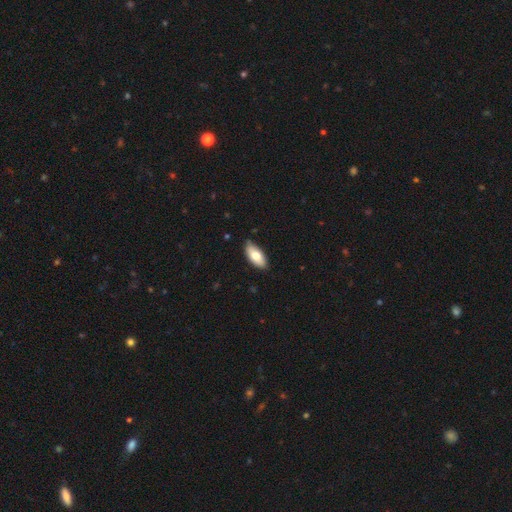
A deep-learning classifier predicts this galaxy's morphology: Q: Smooth or featured?
A: smooth (75%); runner-up: featured or disk (19%)
Q: How rounded?
A: in between (88%); runner-up: cigar-shaped (10%)
Q: Merging?
A: none (84%); runner-up: minor disturbance (13%)